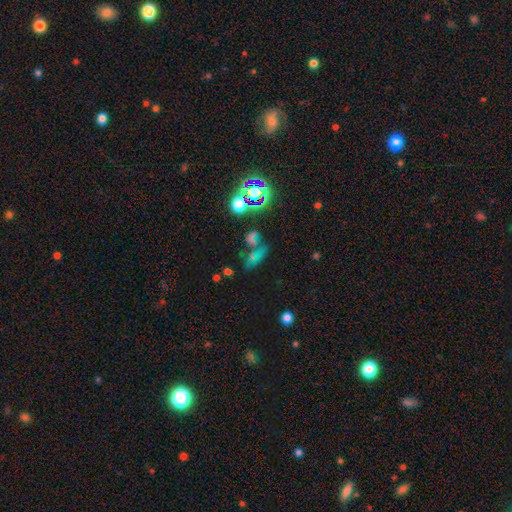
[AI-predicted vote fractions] This appears to be a smooth galaxy with no disk features (41%). Merging: none (43%).